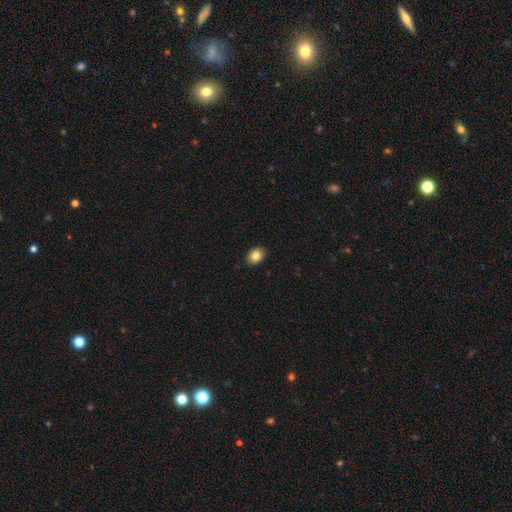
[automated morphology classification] Smooth or featured: smooth — 84% (star or artifact — 9%)
How rounded: in between — 62% (round — 37%)
Merging: none — 90% (minor disturbance — 8%)